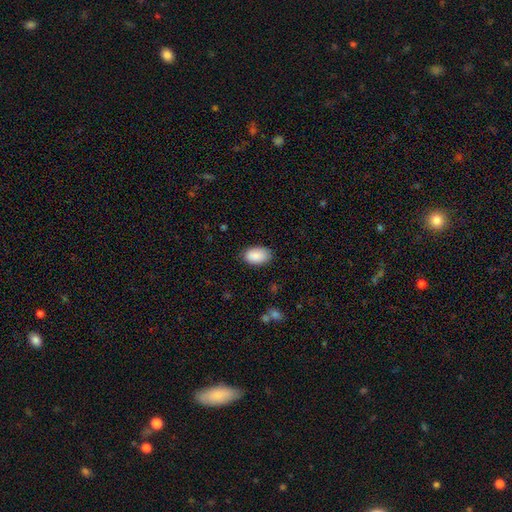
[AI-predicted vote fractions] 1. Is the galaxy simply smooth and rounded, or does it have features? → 89% smooth, 6% star or artifact, 4% featured or disk.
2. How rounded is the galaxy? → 92% in between, 7% round, 1% cigar-shaped.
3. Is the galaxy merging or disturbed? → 81% none, 16% minor disturbance, 3% major disturbance, 1% merger.